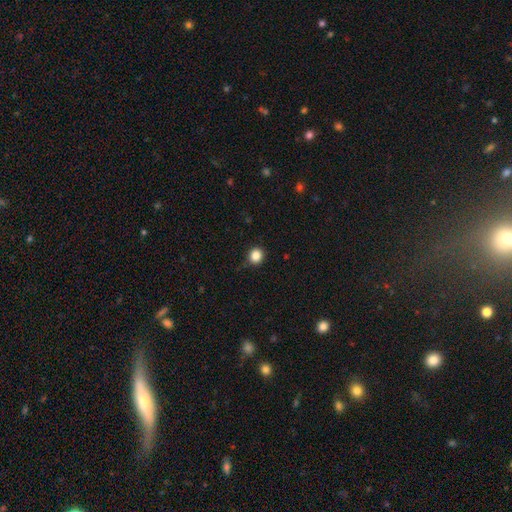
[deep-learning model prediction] A smooth galaxy with no disk features (85%) that is round (90%).

Vote fractions:
- Smooth or featured? smooth: 85% / star or artifact: 11% / featured or disk: 4%
- How rounded? round: 90% / in between: 9% / cigar-shaped: 1%
- Merging? none: 85% / minor disturbance: 12% / major disturbance: 2% / merger: 1%